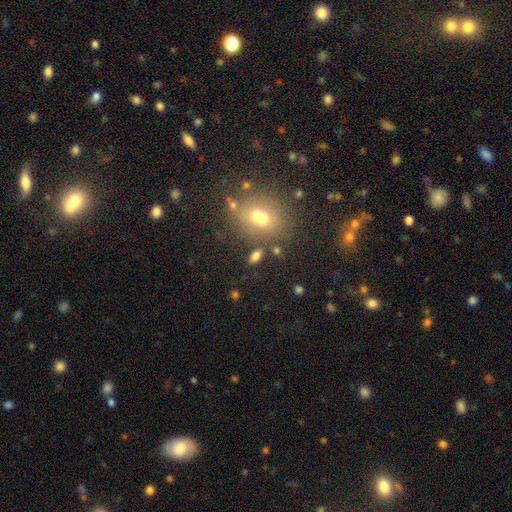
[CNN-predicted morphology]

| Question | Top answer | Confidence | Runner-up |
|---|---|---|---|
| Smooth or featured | smooth | 72% | featured or disk (14%) |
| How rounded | in between | 81% | round (12%) |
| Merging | none | 66% | merger (18%) |